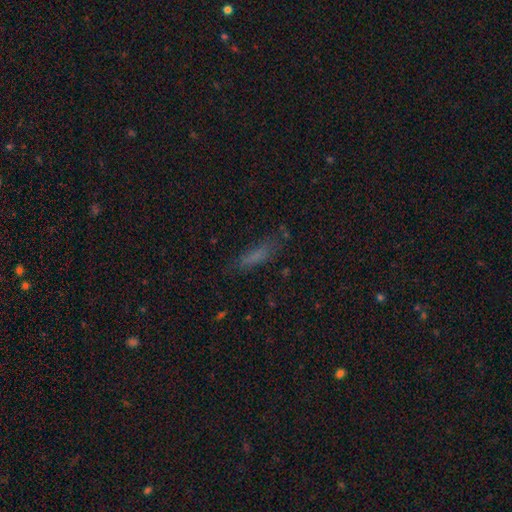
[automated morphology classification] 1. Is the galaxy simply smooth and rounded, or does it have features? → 69% smooth, 17% featured or disk, 15% star or artifact.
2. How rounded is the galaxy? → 70% cigar-shaped, 27% in between, 2% round.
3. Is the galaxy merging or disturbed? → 66% none, 21% minor disturbance, 9% major disturbance, 3% merger.